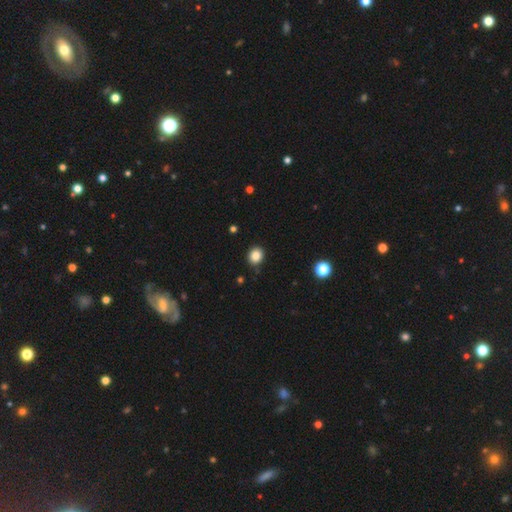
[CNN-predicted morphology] Smooth or featured? smooth (86%)
How rounded? round (73%)
Merging? none (86%)